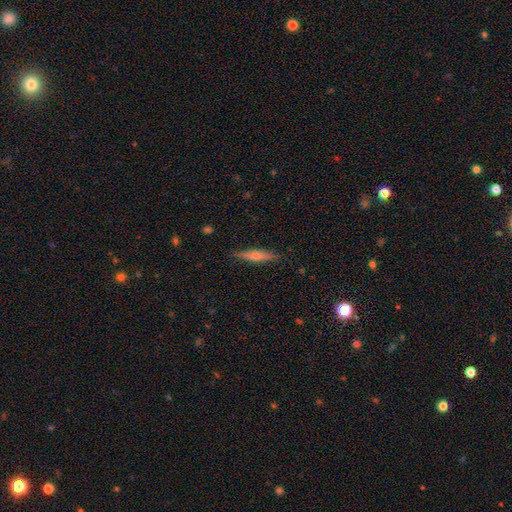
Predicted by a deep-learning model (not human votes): Smooth or featured: featured or disk — 56% (smooth — 37%)
Edge-on disk: yes — 94% (no — 6%)
Edge-on bulge: rounded — 85% (none — 9%)
Merging: none — 88% (minor disturbance — 9%)